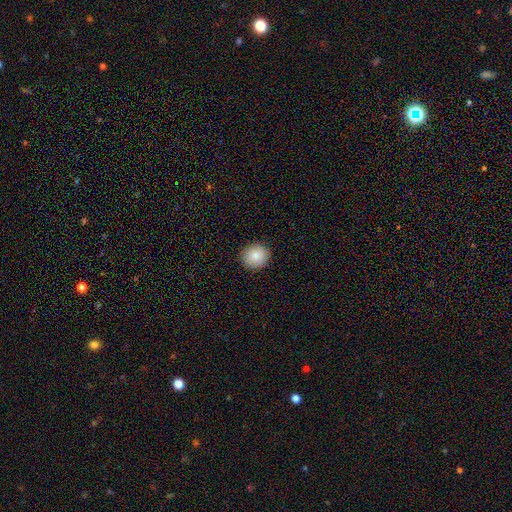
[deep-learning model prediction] Q: Smooth or featured?
A: smooth (86%); runner-up: star or artifact (8%)
Q: How rounded?
A: round (80%); runner-up: in between (19%)
Q: Merging?
A: none (91%); runner-up: minor disturbance (7%)